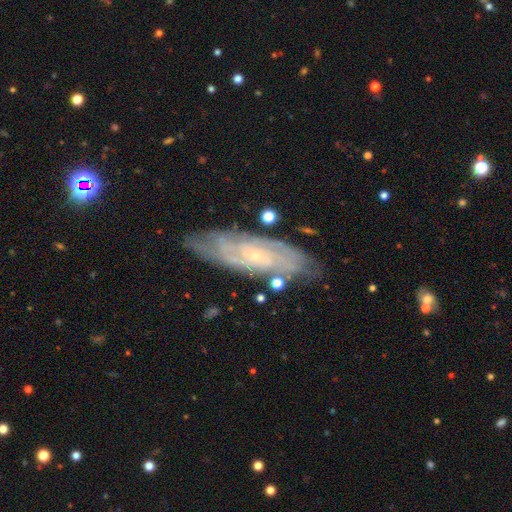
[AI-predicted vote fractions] The model was most divided on "spiral arm count": can't tell: 44%, 2: 20%, 3: 13%, 4: 12%, more than 4: 6%, 1: 5%. More confident: spiral arms — yes (94%); edge-on disk — no (87%); bulge size — small (85%); smooth or featured — featured or disk (81%); merging — none (77%); bar — no (72%); spiral winding — tight (70%).